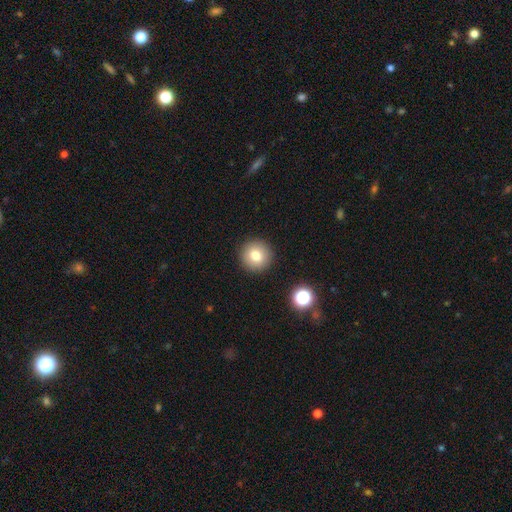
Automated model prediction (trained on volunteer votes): smooth_or_featured: smooth (p=0.78) [alt: star or artifact p=0.11]
how_rounded: round (p=0.95) [alt: in between p=0.04]
merging: none (p=0.91) [alt: minor disturbance p=0.05]